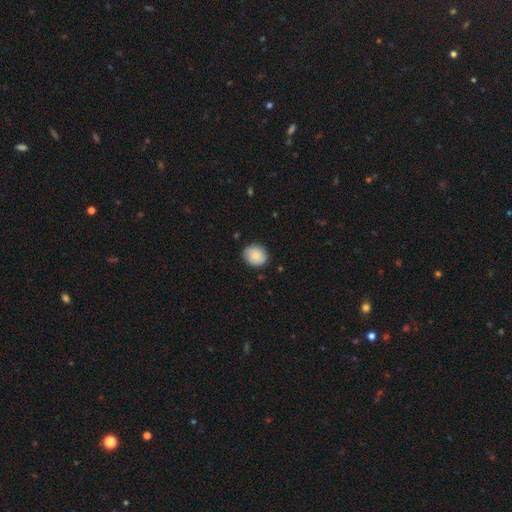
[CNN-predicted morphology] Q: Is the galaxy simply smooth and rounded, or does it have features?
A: smooth — 84%.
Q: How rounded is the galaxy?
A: round — 69%.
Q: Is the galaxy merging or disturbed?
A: none — 80%.